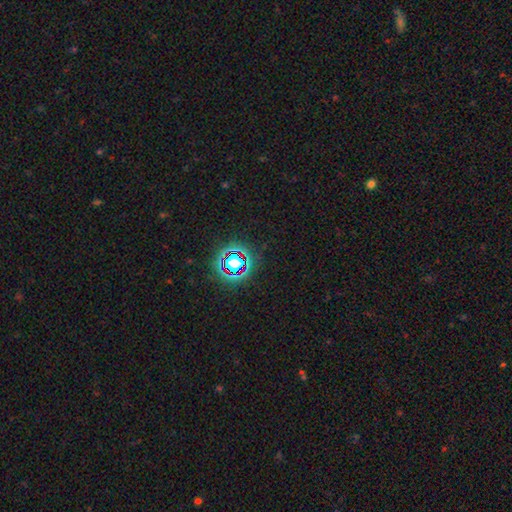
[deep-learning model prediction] smooth_or_featured: star or artifact (p=0.79) [alt: smooth p=0.13]